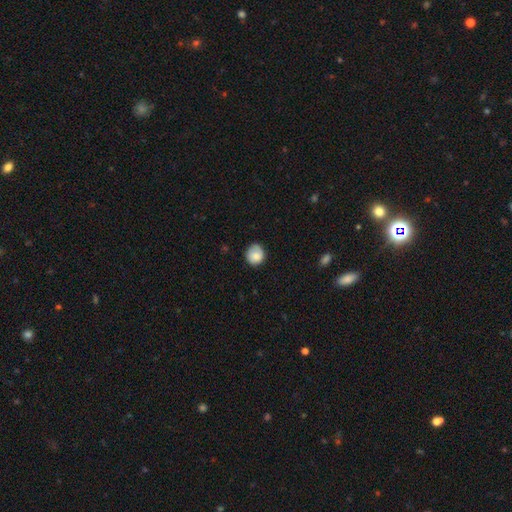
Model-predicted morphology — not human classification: This is likely a smooth galaxy (79%). How rounded: clearly round (84%). Merging: likely none (69%).